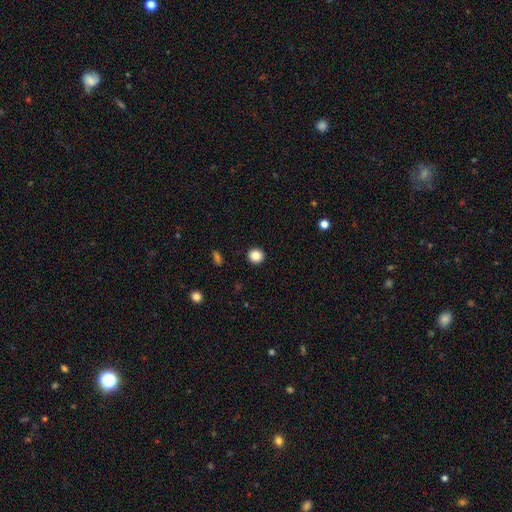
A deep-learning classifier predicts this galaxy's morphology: This appears to be a smooth galaxy with no disk features (86%) that is round (93%). Merging: none (93%).